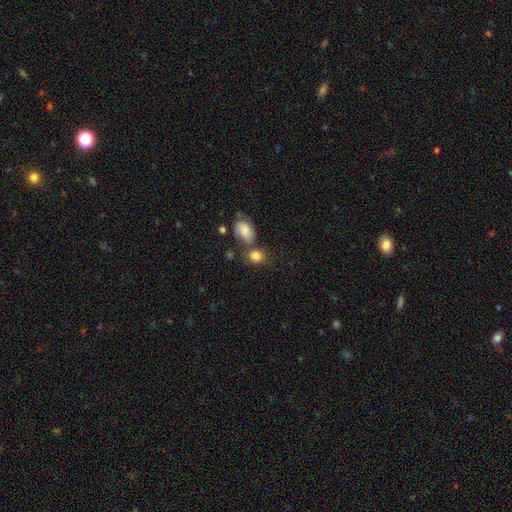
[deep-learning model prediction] Smooth or featured? smooth (81%)
How rounded? round (64%)
Merging? none (54%)